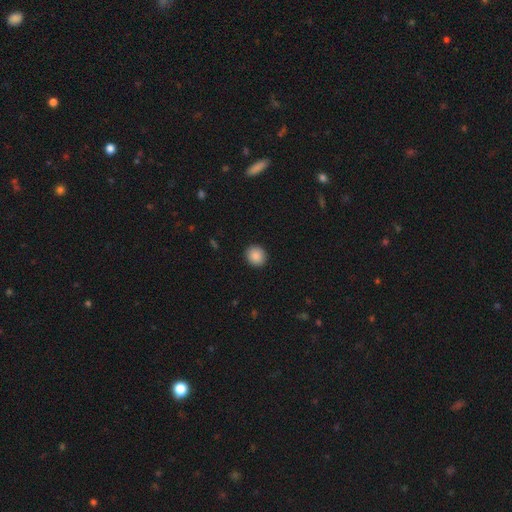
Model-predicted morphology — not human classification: smooth 88%, star or artifact 8%, featured or disk 4%. Down the decision tree: how rounded — round (82%); merging — none (91%).